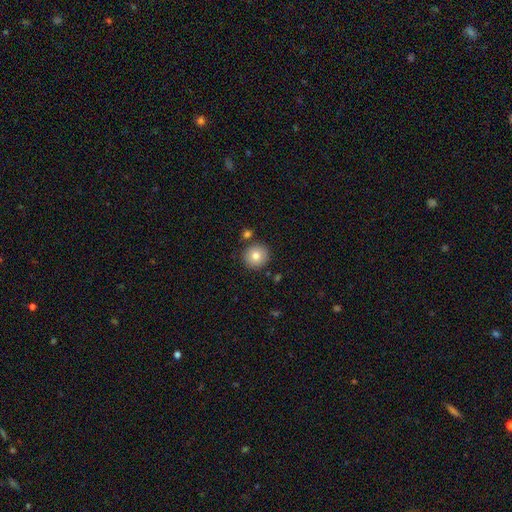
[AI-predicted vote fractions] This appears to be a smooth galaxy with no disk features (80%) that is round (94%). Merging: none (85%).